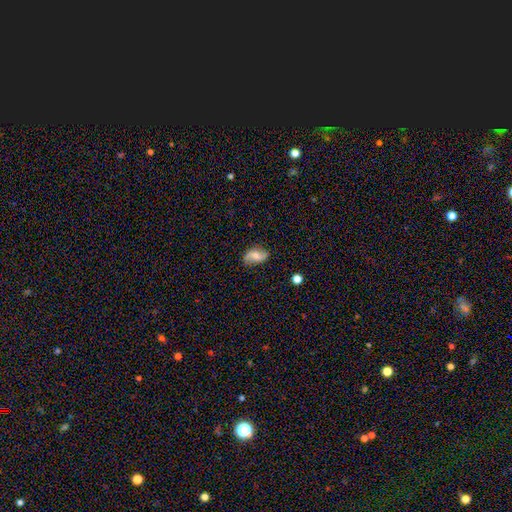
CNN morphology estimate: smooth_or_featured: featured or disk (p=0.53) [alt: smooth p=0.38]
disk_edge_on: no (p=0.95) [alt: yes p=0.05]
bar: no (p=0.52) [alt: weak p=0.37]
has_spiral_arms: yes (p=0.88) [alt: no p=0.12]
bulge_size: moderate (p=0.51) [alt: small p=0.33]
merging: none (p=0.73) [alt: minor disturbance p=0.20]